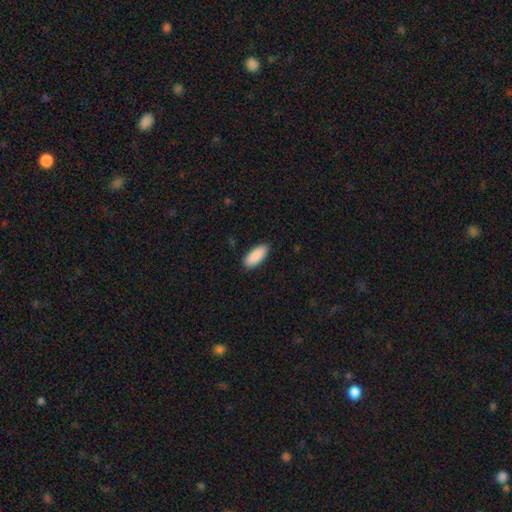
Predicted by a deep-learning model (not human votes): Morphology: type=smooth (91%); roundness=in between (83%); merging=none (89%).